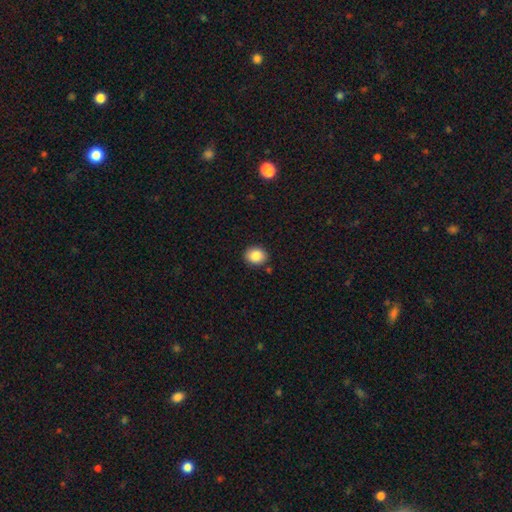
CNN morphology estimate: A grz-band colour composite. It shows a smooth galaxy with no disk features (86%) that is round (59%). Merging: none (87%).